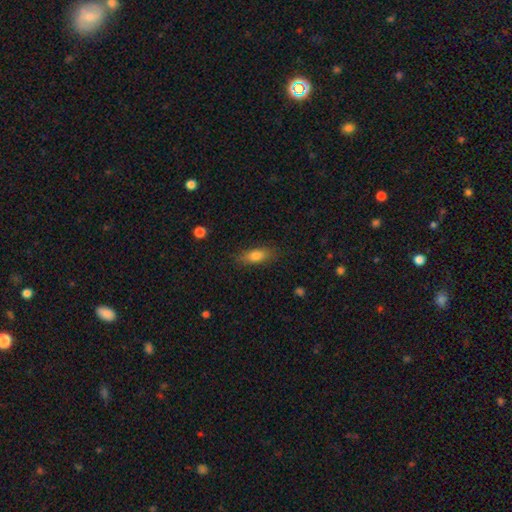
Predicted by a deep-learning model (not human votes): A smooth galaxy with no disk features (78%) that is in between round and cigar-shaped (73%).

Vote fractions:
- Smooth or featured? smooth: 78% / featured or disk: 14% / star or artifact: 8%
- How rounded? in between: 73% / cigar-shaped: 23% / round: 4%
- Merging? none: 82% / minor disturbance: 13% / major disturbance: 4% / merger: 1%